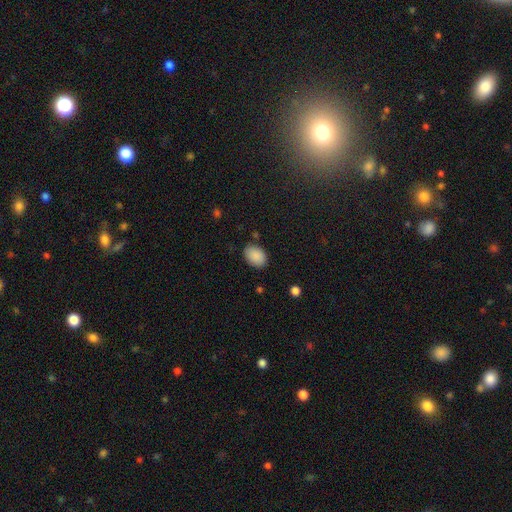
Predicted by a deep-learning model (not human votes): Q: Smooth or featured?
A: smooth (89%); runner-up: star or artifact (7%)
Q: How rounded?
A: in between (83%); runner-up: round (16%)
Q: Merging?
A: none (84%); runner-up: minor disturbance (11%)